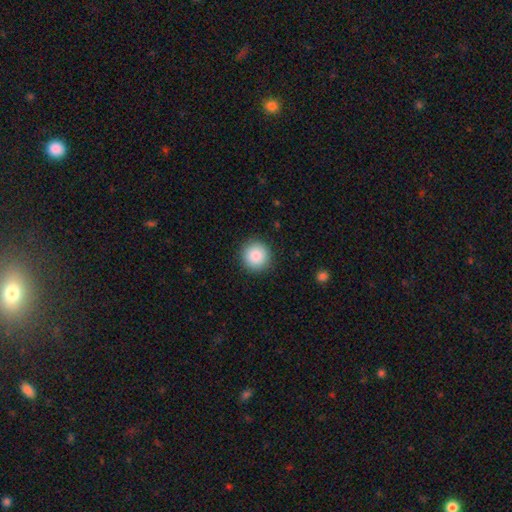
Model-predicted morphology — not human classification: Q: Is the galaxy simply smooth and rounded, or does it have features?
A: smooth — 87%.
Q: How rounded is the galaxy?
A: round — 94%.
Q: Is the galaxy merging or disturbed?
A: none — 91%.